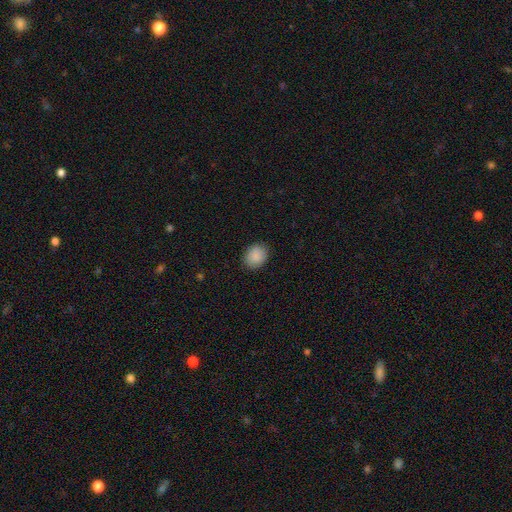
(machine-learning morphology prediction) Smooth or featured: smooth — 89% (star or artifact — 7%)
How rounded: round — 59% (in between — 40%)
Merging: none — 87% (minor disturbance — 10%)